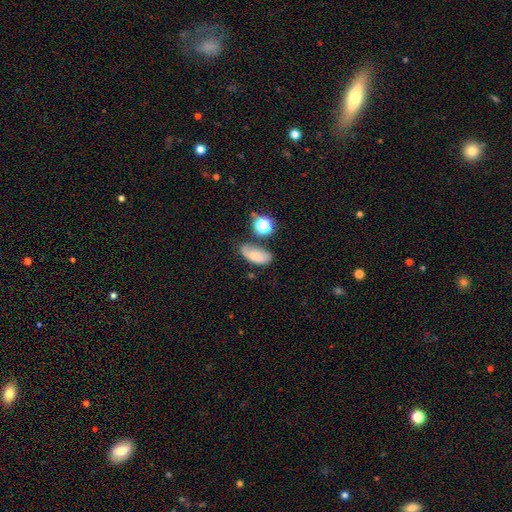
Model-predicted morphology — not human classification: Q: Smooth or featured?
A: smooth (66%); runner-up: featured or disk (22%)
Q: How rounded?
A: in between (87%); runner-up: round (9%)
Q: Merging?
A: none (49%); runner-up: minor disturbance (30%)